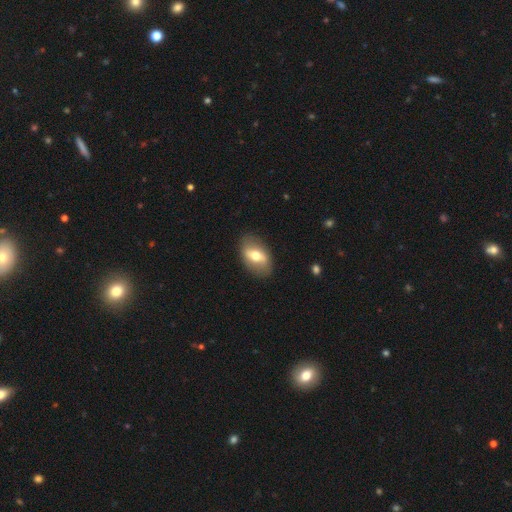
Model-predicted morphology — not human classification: smooth-or-featured: smooth: 49% | featured or disk: 44% | star or artifact: 7%
  merging: none: 85% | minor disturbance: 11% | major disturbance: 3% | merger: 1%